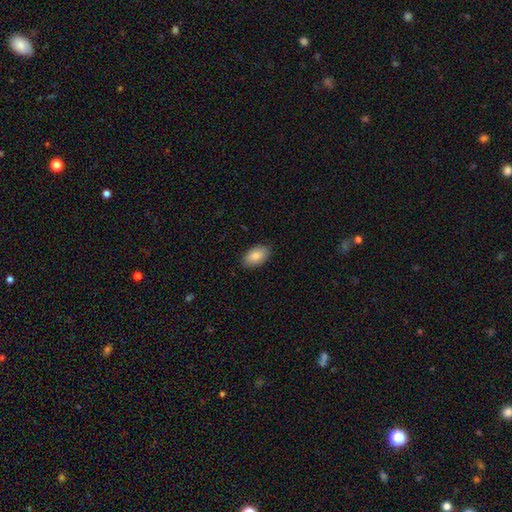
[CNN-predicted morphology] This appears to be a smooth galaxy with no disk features (85%) that is in between round and cigar-shaped (94%). Merging: none (86%).